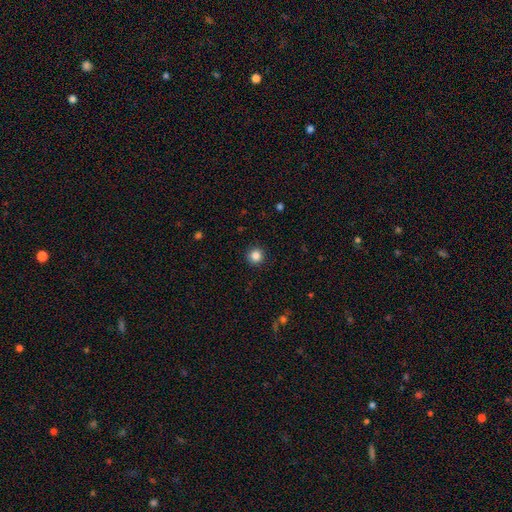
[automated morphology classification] This appears to be a smooth galaxy with no disk features (85%) that is round (96%). Merging: none (93%).